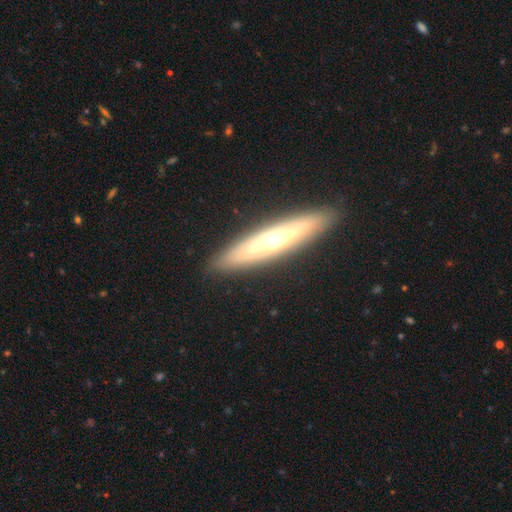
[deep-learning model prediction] Smooth or featured? featured or disk (60%)
Edge-on disk? yes (86%)
Edge-on bulge? rounded (79%)
Merging? none (89%)